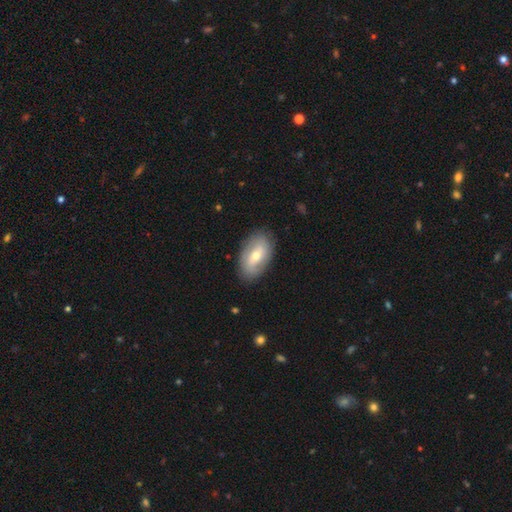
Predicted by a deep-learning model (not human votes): Morphology: type=smooth (48%); merging=none (85%).